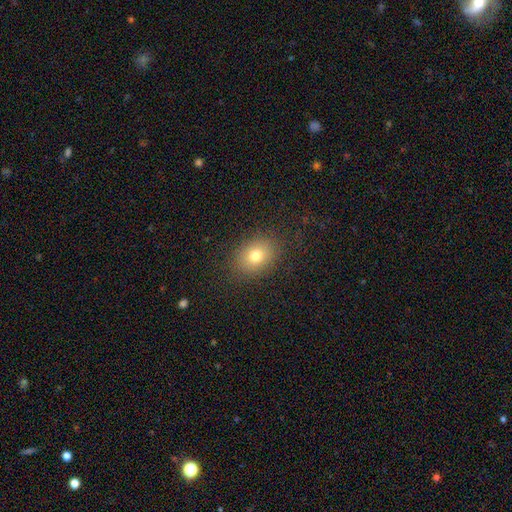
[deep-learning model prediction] A smooth galaxy with no disk features (75%) that is in between round and cigar-shaped (62%). Merging: none (86%).